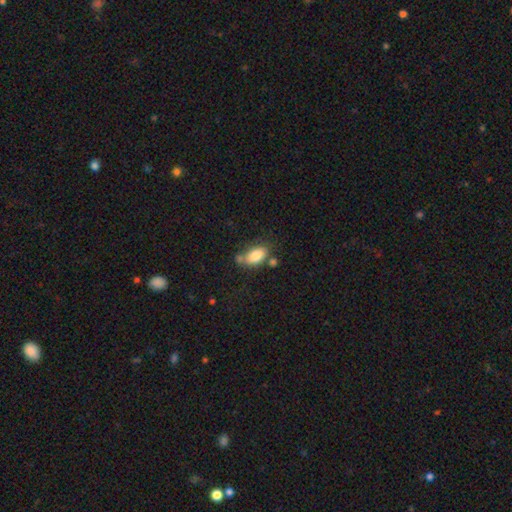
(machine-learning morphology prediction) Smooth or featured: smooth — 82% (featured or disk — 10%)
How rounded: in between — 91% (round — 6%)
Merging: none — 54% (minor disturbance — 21%)